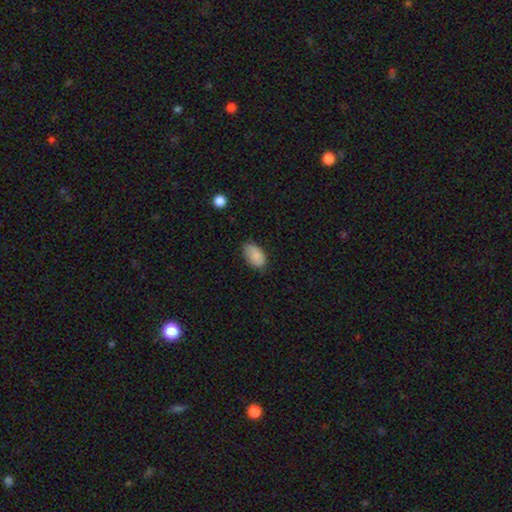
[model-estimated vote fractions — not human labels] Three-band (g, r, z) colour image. It shows a smooth galaxy with no disk features (85%) that is in between round and cigar-shaped (93%). Merging: none (71%).